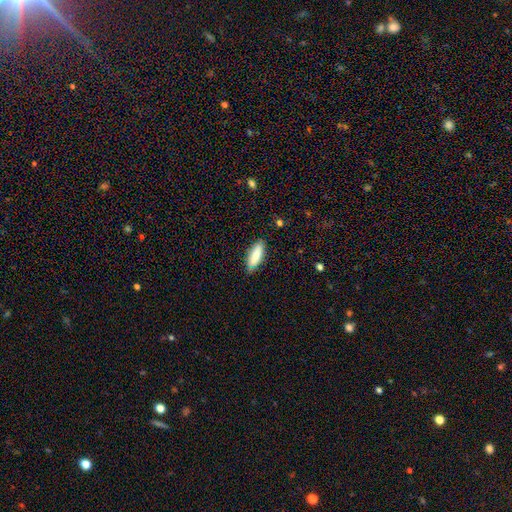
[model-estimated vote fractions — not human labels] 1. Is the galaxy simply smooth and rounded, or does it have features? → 85% smooth, 9% featured or disk, 6% star or artifact.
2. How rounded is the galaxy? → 63% in between, 35% cigar-shaped, 2% round.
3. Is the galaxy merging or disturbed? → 83% none, 14% minor disturbance, 2% major disturbance, 1% merger.